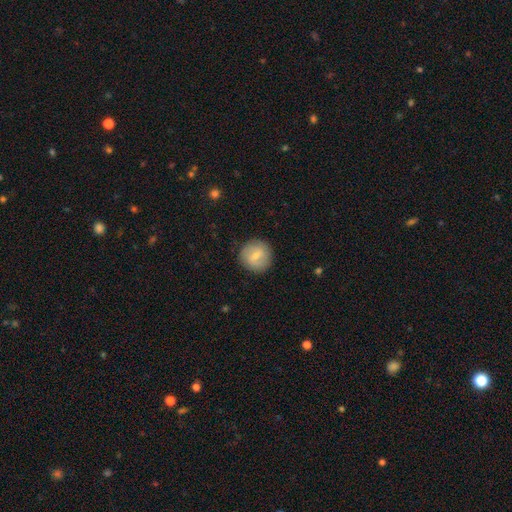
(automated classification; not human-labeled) smooth_or_featured: smooth (p=0.61) [alt: featured or disk p=0.32]
how_rounded: round (p=0.92) [alt: in between p=0.07]
merging: none (p=0.88) [alt: minor disturbance p=0.09]